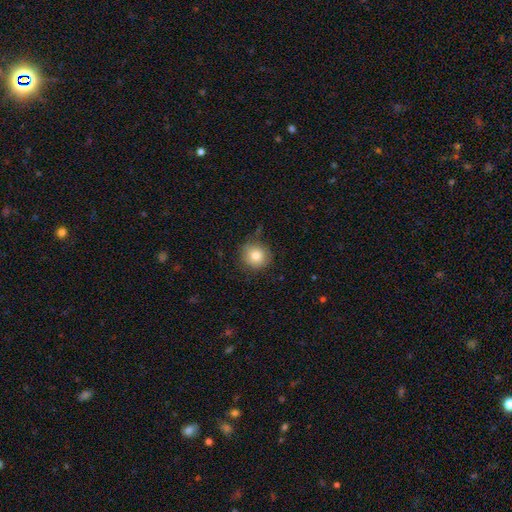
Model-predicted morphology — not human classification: The model was most divided on "merging": none: 78%, minor disturbance: 16%, major disturbance: 4%, merger: 2%. More confident: how rounded — round (90%); smooth or featured — smooth (81%).